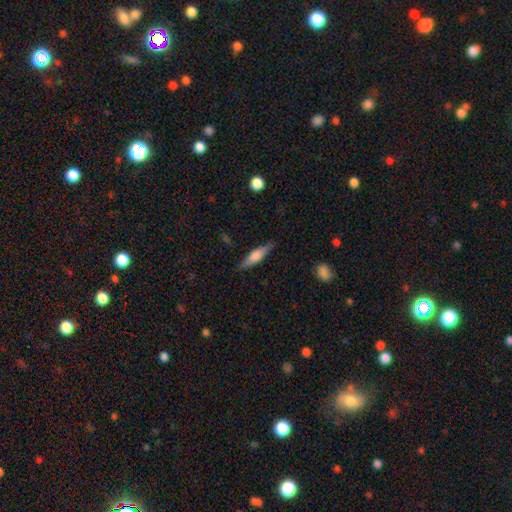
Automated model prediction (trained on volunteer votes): smooth-or-featured: smooth: 58% | featured or disk: 35% | star or artifact: 6%
  how-rounded: cigar-shaped: 70% | in between: 28% | round: 2%
  merging: none: 84% | minor disturbance: 12% | major disturbance: 3% | merger: 1%